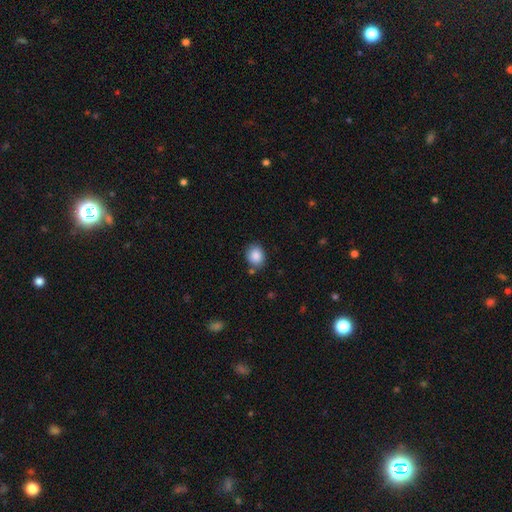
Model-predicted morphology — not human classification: Smooth or featured? smooth (87%)
How rounded? round (61%)
Merging? none (79%)